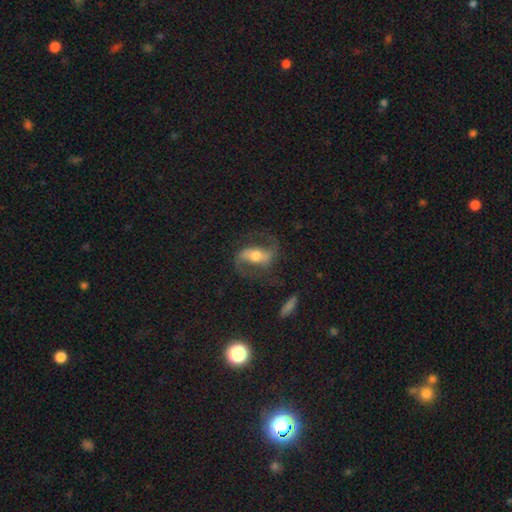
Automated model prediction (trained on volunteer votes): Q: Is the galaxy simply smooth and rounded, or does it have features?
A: featured or disk — 82%.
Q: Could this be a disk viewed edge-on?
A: no — 94%.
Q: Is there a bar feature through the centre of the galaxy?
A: strong — 49%.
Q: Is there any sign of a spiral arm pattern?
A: yes — 93%.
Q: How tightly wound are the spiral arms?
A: medium — 48%.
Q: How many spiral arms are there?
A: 2 — 92%.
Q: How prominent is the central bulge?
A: moderate — 64%.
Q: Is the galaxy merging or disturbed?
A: none — 71%.